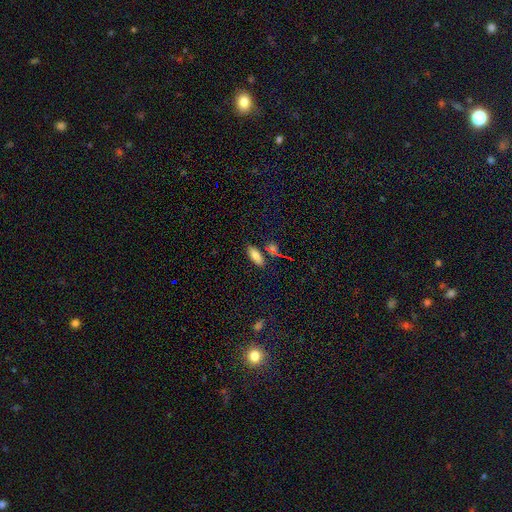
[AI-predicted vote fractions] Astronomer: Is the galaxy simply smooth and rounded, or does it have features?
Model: smooth — 81%.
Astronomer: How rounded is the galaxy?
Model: in between — 79%.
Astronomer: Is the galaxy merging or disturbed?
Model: none — 77%.